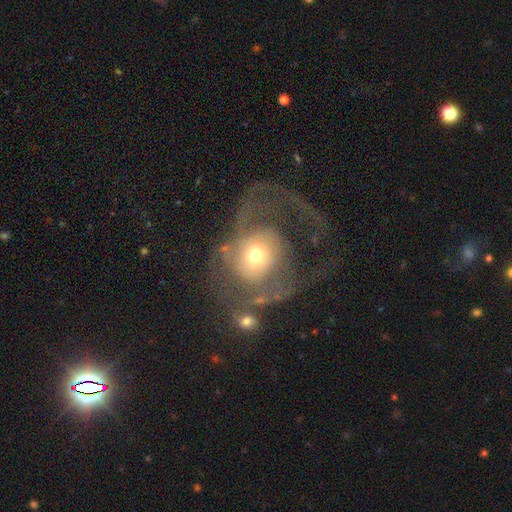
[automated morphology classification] Smooth or featured? featured or disk (64%)
Edge-on disk? no (96%)
Bar? no (79%)
Spiral arms? yes (69%)
Bulge size? moderate (55%)
Merging? major disturbance (54%)